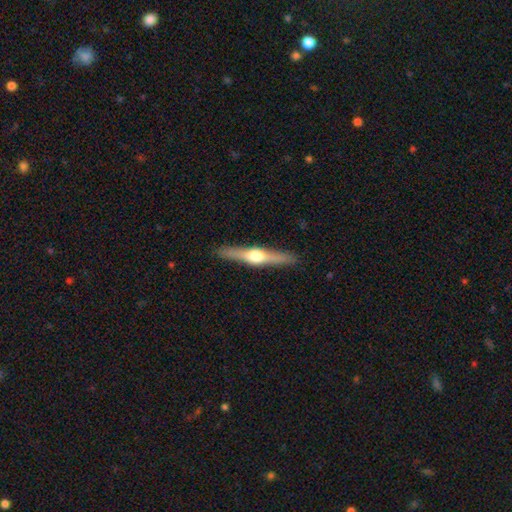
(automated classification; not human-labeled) Smooth or featured?
  - featured or disk: 70% *
  - smooth: 25%
  - star or artifact: 5%
Edge-on disk?
  - yes: 97% *
  - no: 3%
Edge-on bulge?
  - rounded: 94% *
  - boxy: 3%
  - none: 2%
Merging?
  - none: 91% *
  - minor disturbance: 7%
  - major disturbance: 1%
  - merger: 1%